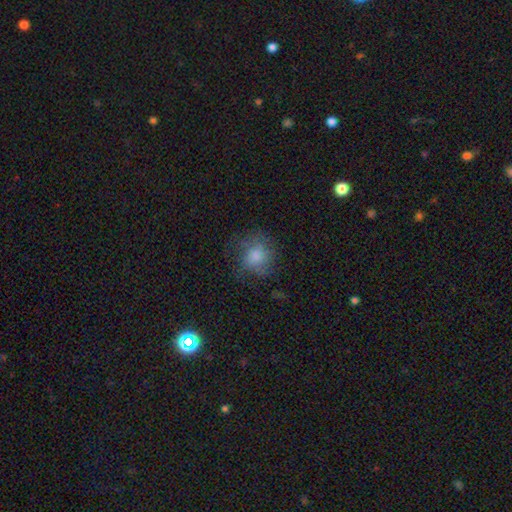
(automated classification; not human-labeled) Smooth or featured: smooth — 62% (featured or disk — 22%)
How rounded: round — 79% (in between — 20%)
Merging: none — 66% (minor disturbance — 20%)